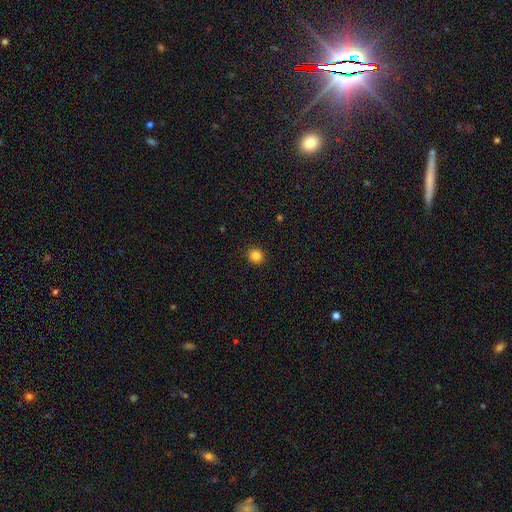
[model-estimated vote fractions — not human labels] A smooth galaxy with no disk features (84%) that is round (92%). Merging: none (92%).